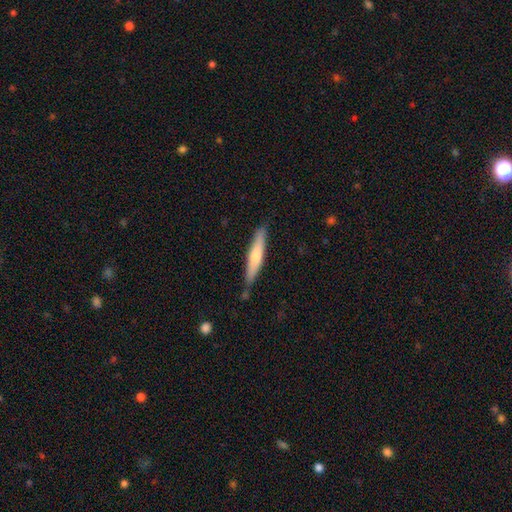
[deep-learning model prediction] Morphology: type=smooth (57%); roundness=cigar-shaped (89%); merging=none (82%).